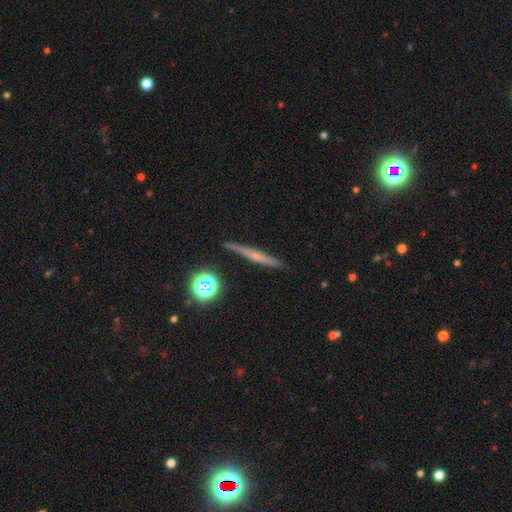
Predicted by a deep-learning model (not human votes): A featured or disk galaxy (56%) viewed edge-on (97%) with no central bulge (49%). Merging: none (90%).